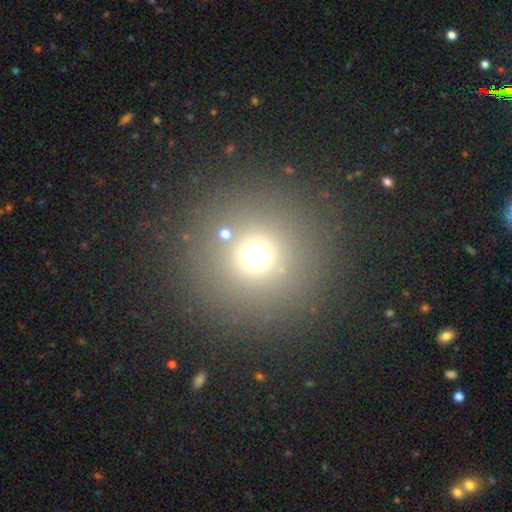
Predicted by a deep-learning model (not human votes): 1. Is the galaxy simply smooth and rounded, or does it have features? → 66% smooth, 25% star or artifact, 9% featured or disk.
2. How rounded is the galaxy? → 94% round, 5% in between, 1% cigar-shaped.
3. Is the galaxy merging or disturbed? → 84% none, 7% minor disturbance, 5% merger, 4% major disturbance.